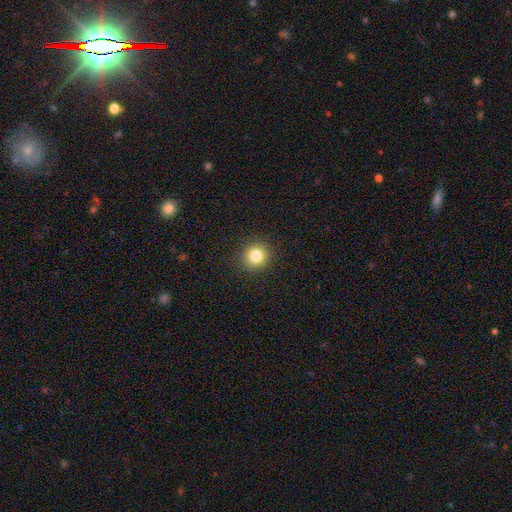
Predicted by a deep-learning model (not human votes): Q: Smooth or featured?
A: smooth (82%); runner-up: star or artifact (11%)
Q: How rounded?
A: round (91%); runner-up: in between (8%)
Q: Merging?
A: none (91%); runner-up: minor disturbance (6%)